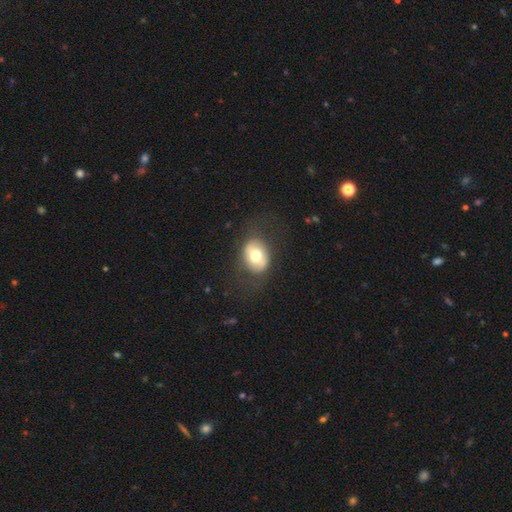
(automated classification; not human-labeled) The model was most divided on "how rounded": in between: 60%, round: 39%, cigar-shaped: 1%. More confident: merging — none (72%); smooth or featured — smooth (61%).